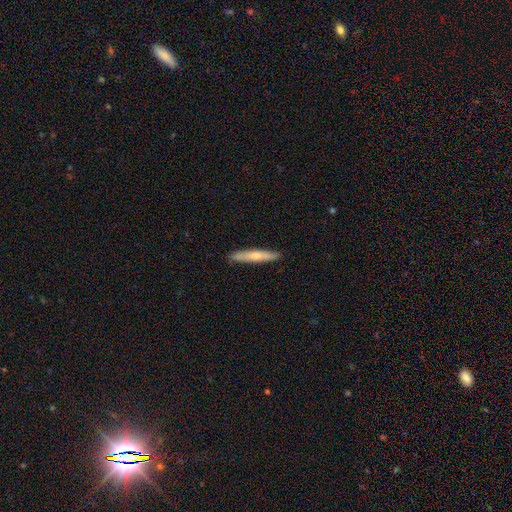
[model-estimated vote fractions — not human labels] smooth-or-featured: smooth: 63% | featured or disk: 32% | star or artifact: 5%
  how-rounded: cigar-shaped: 94% | in between: 5% | round: 1%
  merging: none: 89% | minor disturbance: 8% | major disturbance: 1% | merger: 1%